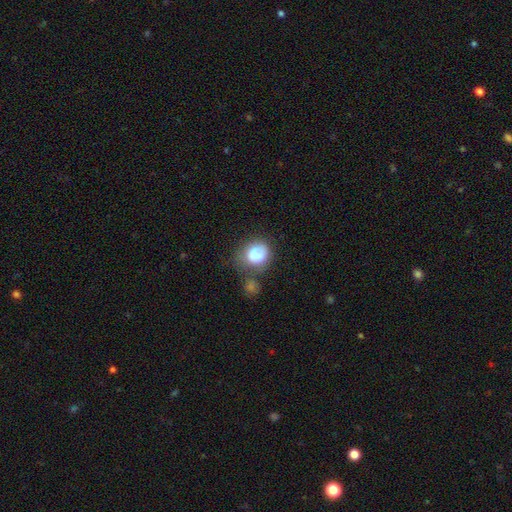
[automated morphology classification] smooth_or_featured: smooth (p=0.72) [alt: featured or disk p=0.19]
how_rounded: round (p=0.60) [alt: in between p=0.39]
merging: none (p=0.36) [alt: merger p=0.24]